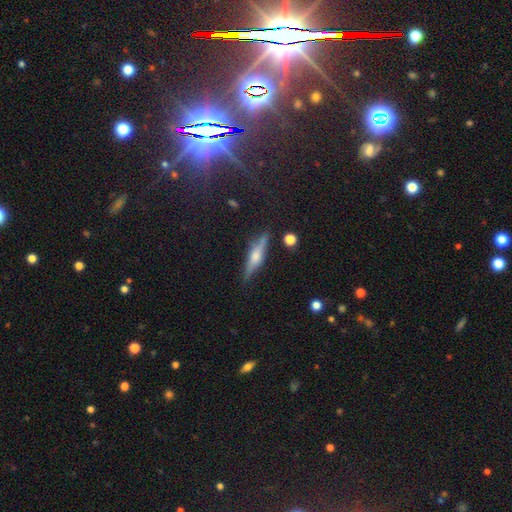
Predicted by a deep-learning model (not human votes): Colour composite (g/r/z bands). It shows a featured or disk galaxy (66%) viewed edge-on (96%) with a rounded central bulge (83%). Merging: none (85%).